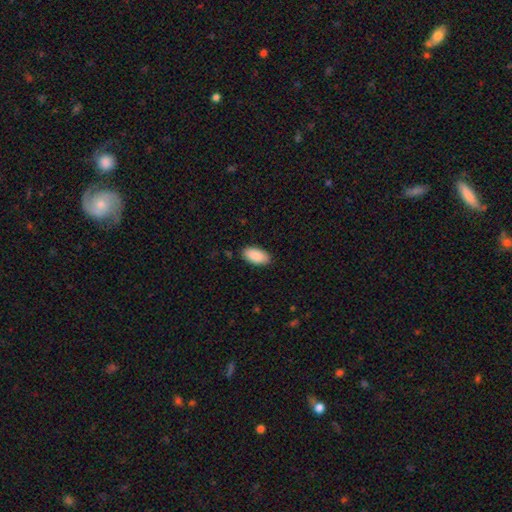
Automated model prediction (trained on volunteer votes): Smooth or featured: smooth — 91% (star or artifact — 6%)
How rounded: in between — 95% (cigar-shaped — 3%)
Merging: none — 88% (minor disturbance — 9%)